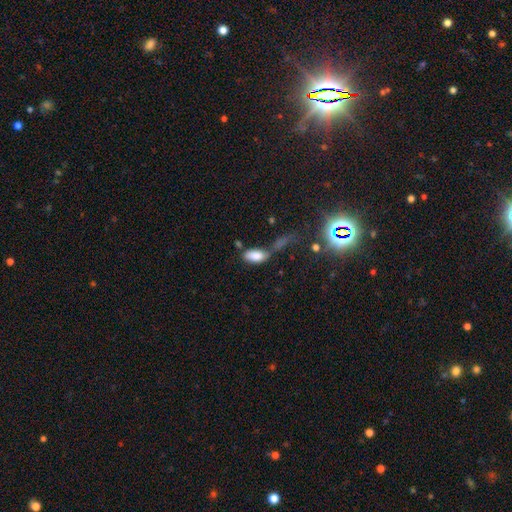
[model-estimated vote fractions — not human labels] Q: Smooth or featured?
A: smooth (81%); runner-up: featured or disk (9%)
Q: How rounded?
A: in between (91%); runner-up: cigar-shaped (6%)
Q: Merging?
A: merger (34%); runner-up: none (30%)